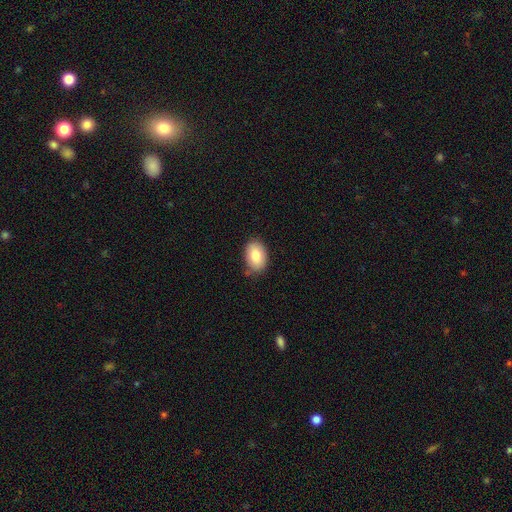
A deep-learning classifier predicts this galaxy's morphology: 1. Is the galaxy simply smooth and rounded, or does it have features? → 82% smooth, 10% featured or disk, 7% star or artifact.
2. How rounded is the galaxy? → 83% in between, 16% round, 1% cigar-shaped.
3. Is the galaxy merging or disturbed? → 80% none, 16% minor disturbance, 3% major disturbance, 2% merger.